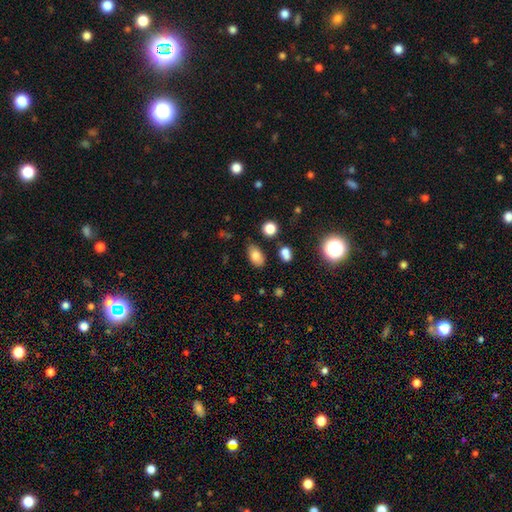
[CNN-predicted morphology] smooth-or-featured: smooth: 81% | star or artifact: 11% | featured or disk: 8%
  how-rounded: in between: 90% | round: 8% | cigar-shaped: 2%
  merging: none: 77% | minor disturbance: 15% | merger: 4% | major disturbance: 4%